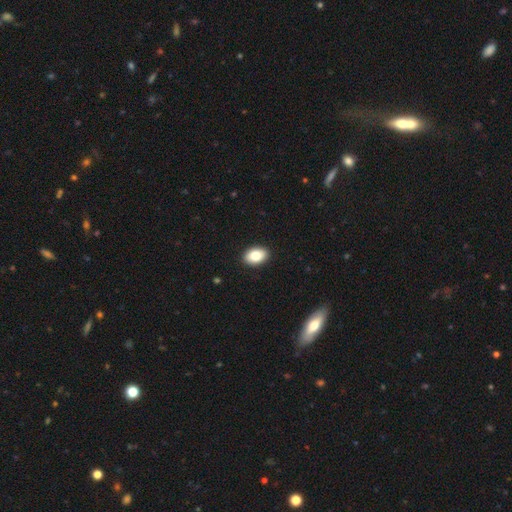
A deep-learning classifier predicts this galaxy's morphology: smooth 83%, featured or disk 9%, star or artifact 7%. Down the decision tree: how rounded — in between (89%); merging — none (91%).